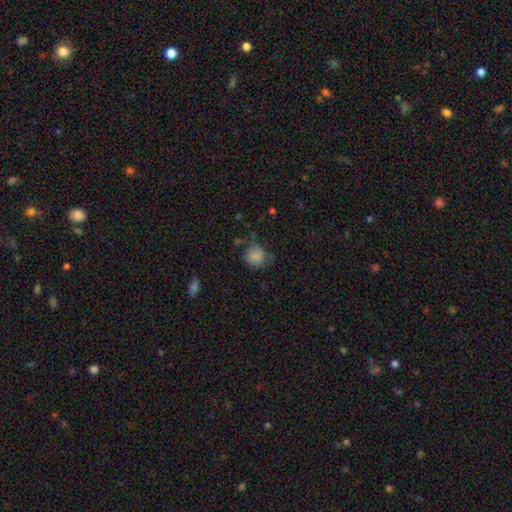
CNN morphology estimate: Q: Smooth or featured?
A: smooth (82%); runner-up: star or artifact (10%)
Q: How rounded?
A: round (76%); runner-up: in between (23%)
Q: Merging?
A: none (53%); runner-up: minor disturbance (30%)